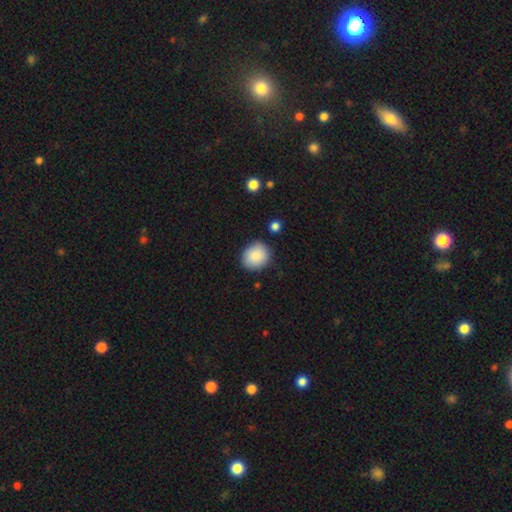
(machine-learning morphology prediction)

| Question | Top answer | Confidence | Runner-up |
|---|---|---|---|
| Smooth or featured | smooth | 88% | star or artifact (7%) |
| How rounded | round | 78% | in between (21%) |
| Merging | none | 85% | minor disturbance (11%) |